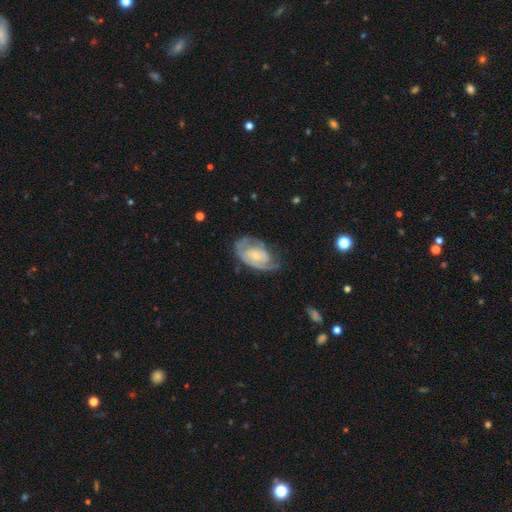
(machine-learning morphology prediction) Smooth or featured? Predicted: featured or disk (p=0.71). Edge-on disk? Predicted: no (p=0.96). Bar? Predicted: no (p=0.70). Spiral arms? Predicted: yes (p=0.82). Spiral winding? Predicted: tight (p=0.56). Spiral arm count? Predicted: 2 (p=0.40). Bulge size? Predicted: small (p=0.67). Merging? Predicted: none (p=0.54).